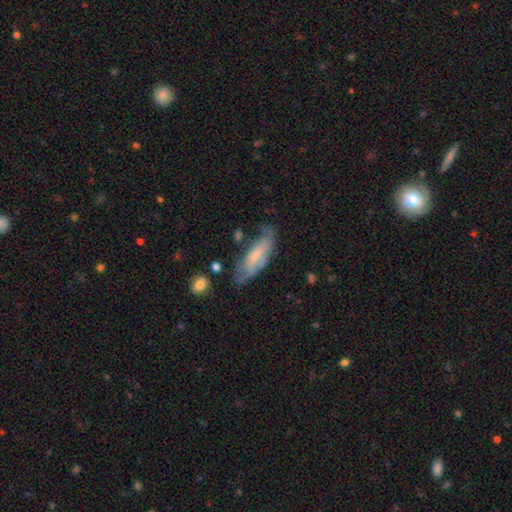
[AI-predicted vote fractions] This appears to be a smooth galaxy with no disk features (47%). Merging: none (55%).